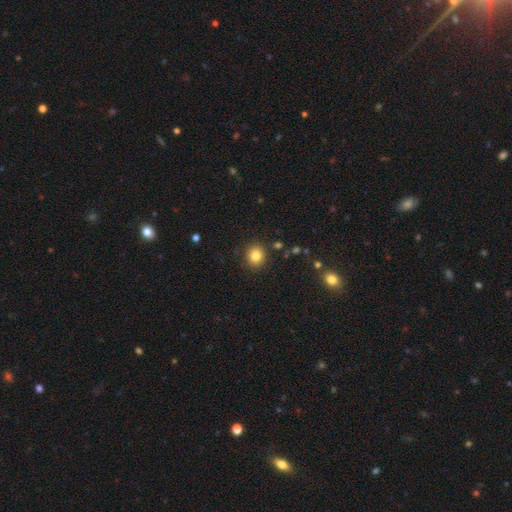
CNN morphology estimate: smooth 83%, star or artifact 11%, featured or disk 6%. Down the decision tree: how rounded — round (83%); merging — none (89%).